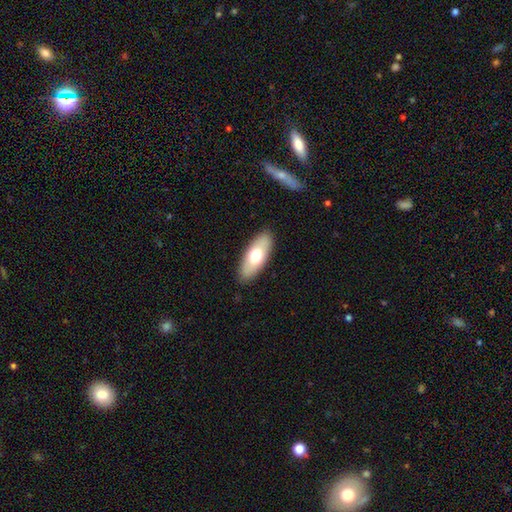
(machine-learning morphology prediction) smooth-or-featured: smooth: 66% | featured or disk: 28% | star or artifact: 5%
  how-rounded: in between: 81% | cigar-shaped: 17% | round: 2%
  merging: none: 88% | minor disturbance: 9% | major disturbance: 2% | merger: 1%